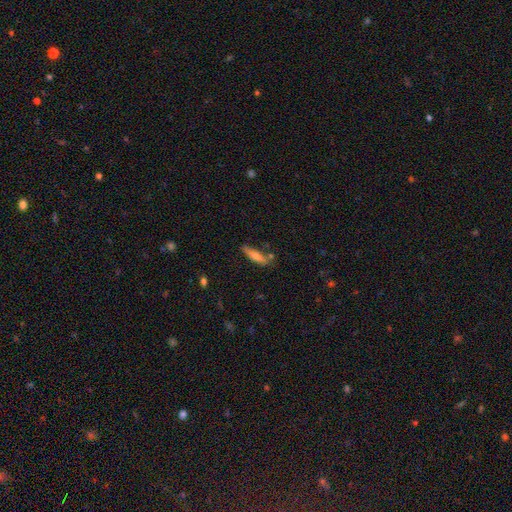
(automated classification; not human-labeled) smooth 60%, featured or disk 32%, star or artifact 8%. Down the decision tree: how rounded — cigar-shaped (73%); merging — none (73%).